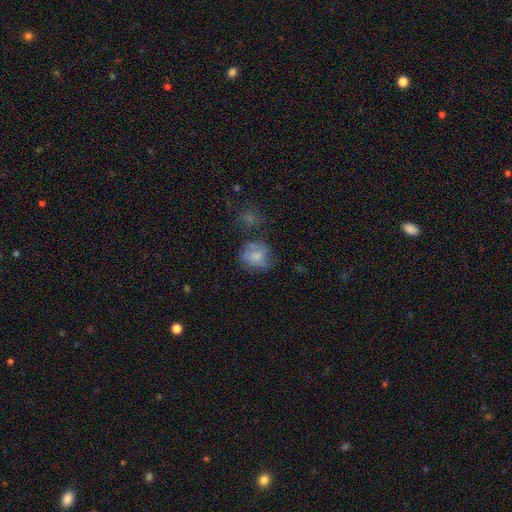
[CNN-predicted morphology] The model was most divided on "merging": none: 52%, minor disturbance: 25%, major disturbance: 16%, merger: 7%. More confident: how rounded — round (69%); smooth or featured — smooth (66%).